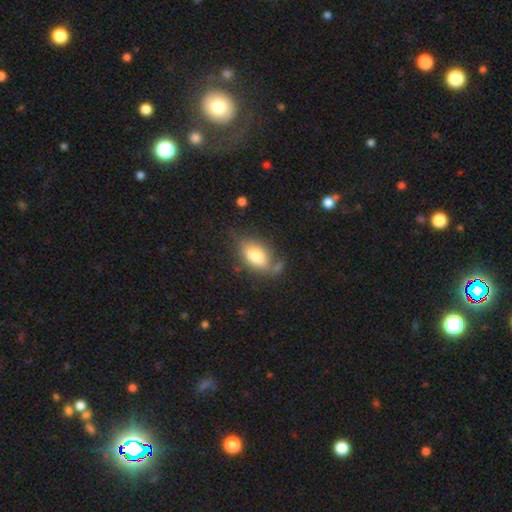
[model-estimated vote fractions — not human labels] Smooth or featured? smooth (75%)
How rounded? in between (89%)
Merging? none (61%)